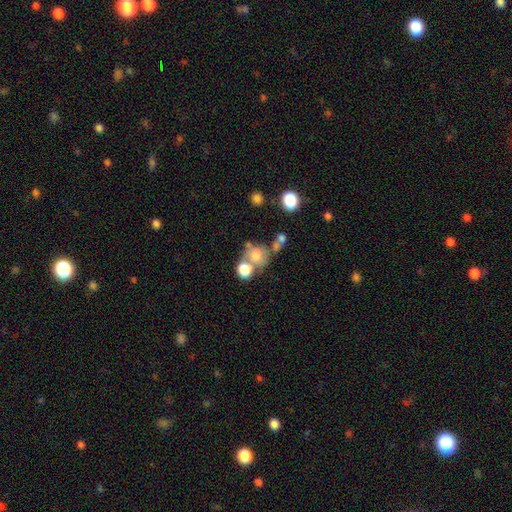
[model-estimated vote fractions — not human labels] Smooth or featured? smooth (67%)
How rounded? round (65%)
Merging? merger (51%)